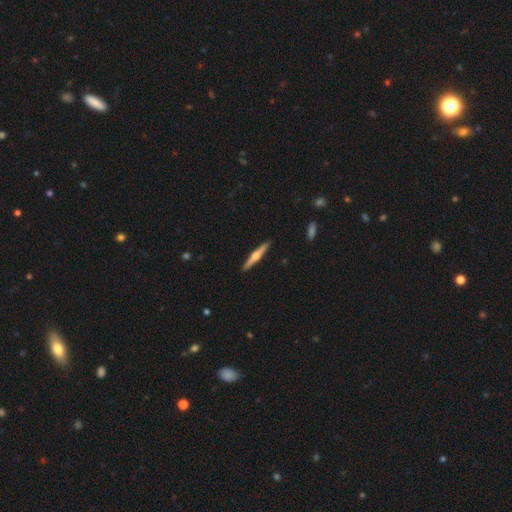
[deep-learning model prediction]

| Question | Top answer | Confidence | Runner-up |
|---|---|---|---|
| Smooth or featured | featured or disk | 66% | smooth (29%) |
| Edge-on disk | yes | 98% | no (2%) |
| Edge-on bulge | rounded | 92% | none (4%) |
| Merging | none | 92% | minor disturbance (5%) |